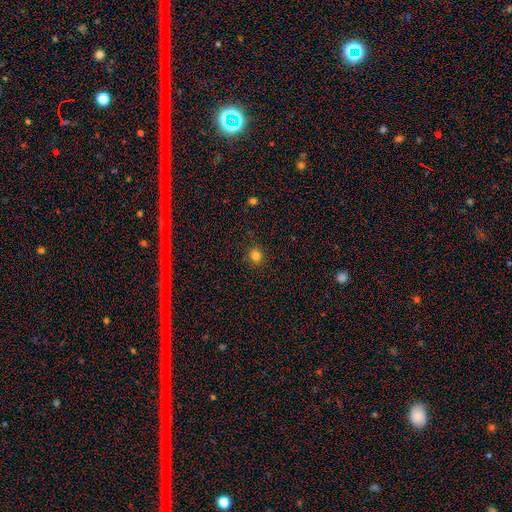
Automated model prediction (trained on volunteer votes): A smooth galaxy with no disk features (82%) that is round (89%).

Vote fractions:
- Smooth or featured? smooth: 82% / star or artifact: 14% / featured or disk: 4%
- How rounded? round: 89% / in between: 10% / cigar-shaped: 1%
- Merging? none: 90% / minor disturbance: 7% / major disturbance: 2% / merger: 1%